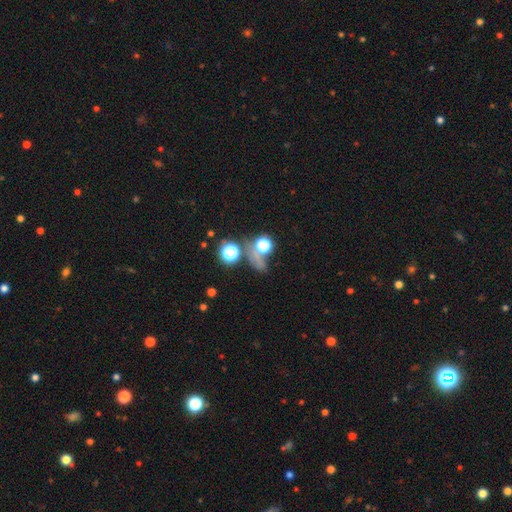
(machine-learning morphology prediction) type=smooth (48%); merging=none (46%).